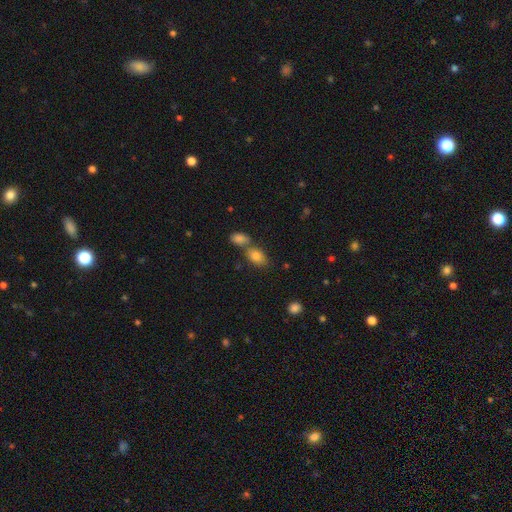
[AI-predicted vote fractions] A smooth galaxy with no disk features (82%) that is in between round and cigar-shaped (86%). Merging: none (47%).